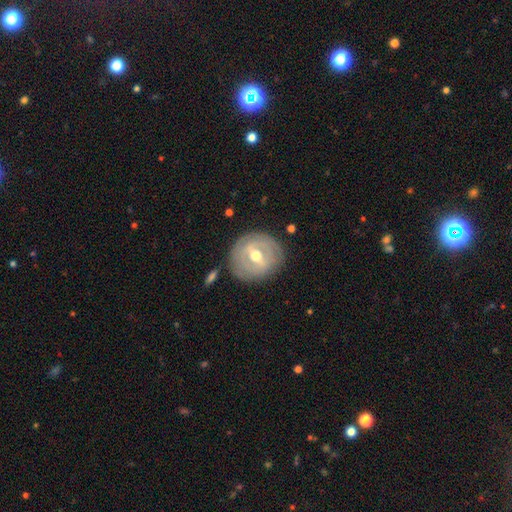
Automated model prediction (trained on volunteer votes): This appears to be a featured or disk galaxy (75%) with a weak bar (49%), spiral arms (63%) and a moderate central bulge (76%). Merging: none (82%).